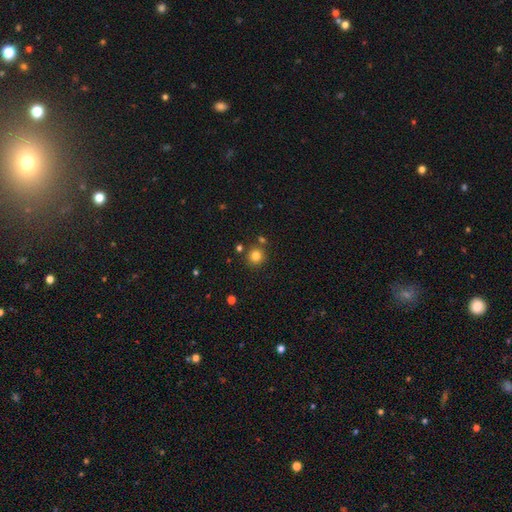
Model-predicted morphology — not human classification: Smooth or featured? Predicted: smooth (p=0.81). How rounded? Predicted: round (p=0.93). Merging? Predicted: none (p=0.83).